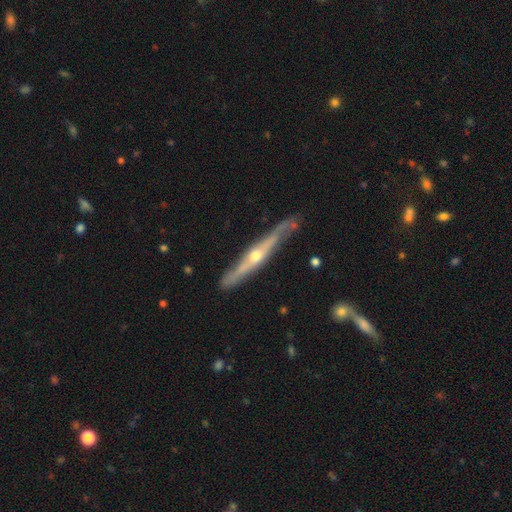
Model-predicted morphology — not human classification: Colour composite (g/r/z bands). It shows a featured or disk galaxy (79%) viewed edge-on (92%) with a rounded central bulge (86%). Merging: none (76%).